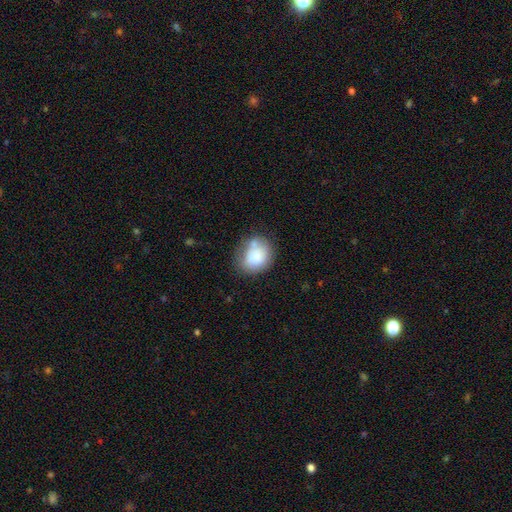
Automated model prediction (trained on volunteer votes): Smooth or featured? Predicted: smooth (p=0.78). How rounded? Predicted: round (p=0.61). Merging? Predicted: none (p=0.52).